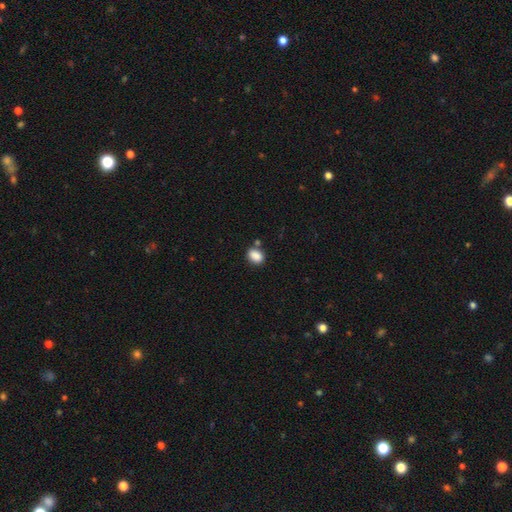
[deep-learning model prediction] This appears to be a smooth galaxy with no disk features (87%) that is in between round and cigar-shaped (66%). Merging: none (72%).